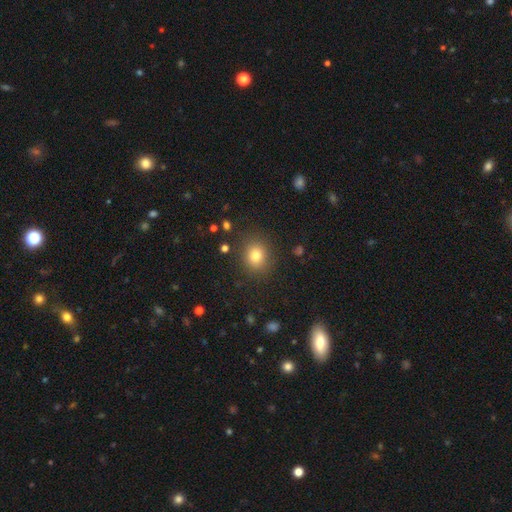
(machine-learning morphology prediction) This appears to be a smooth galaxy with no disk features (79%) that is round (76%). Merging: none (87%).